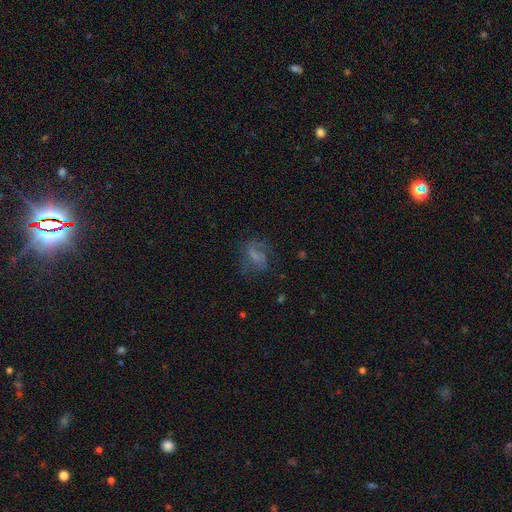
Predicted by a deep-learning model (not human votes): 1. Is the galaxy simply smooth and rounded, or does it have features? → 51% featured or disk, 36% smooth, 13% star or artifact.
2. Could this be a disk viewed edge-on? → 96% no, 4% yes.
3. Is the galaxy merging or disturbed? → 52% none, 24% major disturbance, 22% minor disturbance, 2% merger.